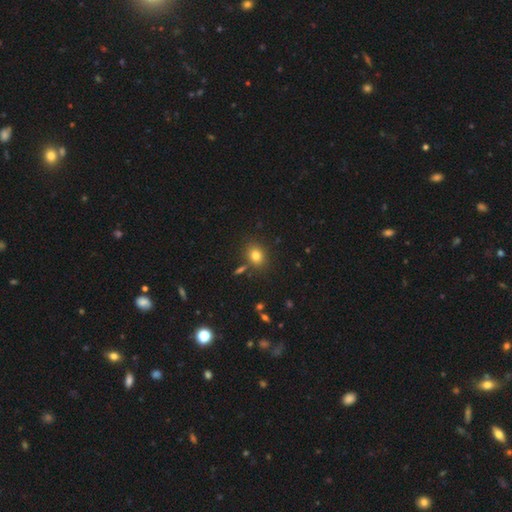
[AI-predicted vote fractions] smooth_or_featured: smooth (p=0.81) [alt: star or artifact p=0.12]
how_rounded: round (p=0.50) [alt: in between p=0.48]
merging: none (p=0.80) [alt: minor disturbance p=0.10]